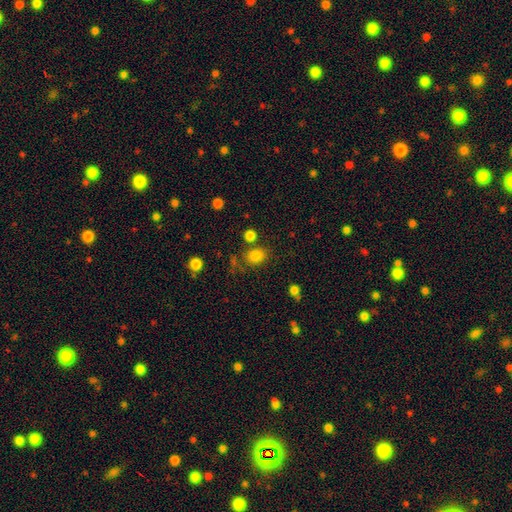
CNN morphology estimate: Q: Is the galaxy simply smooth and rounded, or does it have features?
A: smooth — 81%.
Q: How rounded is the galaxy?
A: round — 63%.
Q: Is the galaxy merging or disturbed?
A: none — 73%.